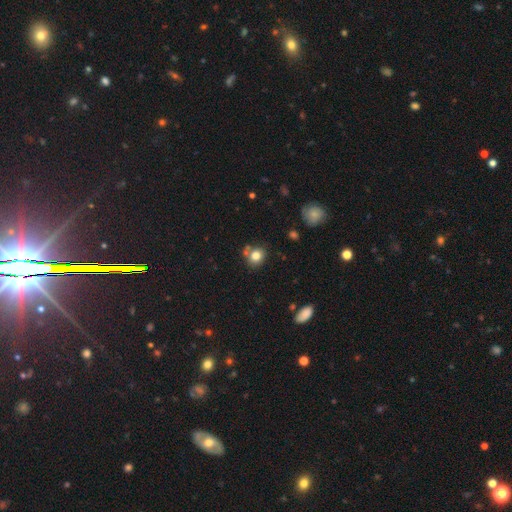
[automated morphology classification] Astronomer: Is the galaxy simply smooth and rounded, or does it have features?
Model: smooth — 80%.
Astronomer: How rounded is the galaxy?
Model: round — 76%.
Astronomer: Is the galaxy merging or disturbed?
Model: none — 68%.